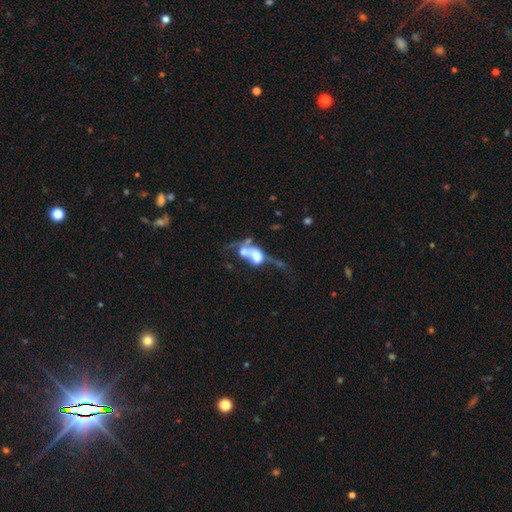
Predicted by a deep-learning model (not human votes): featured or disk 46%, smooth 41%, star or artifact 13%. Down the decision tree: merging — merger (53%).